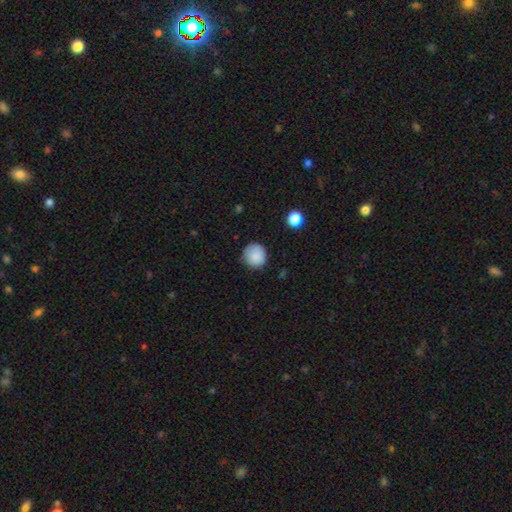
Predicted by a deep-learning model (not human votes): The model was most divided on "merging": none: 82%, minor disturbance: 14%, major disturbance: 3%, merger: 1%. More confident: how rounded — round (91%); smooth or featured — smooth (87%).